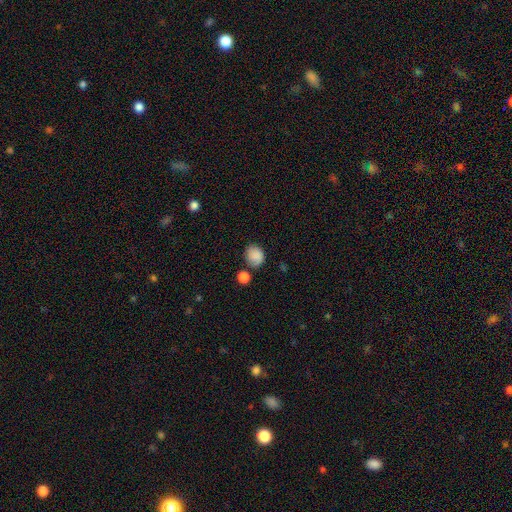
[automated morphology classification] This appears to be a smooth galaxy with no disk features (84%) that is round (60%). Merging: none (65%).